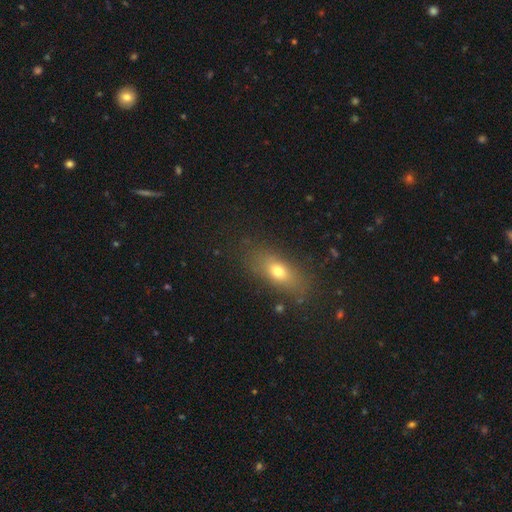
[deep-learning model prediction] A smooth galaxy with no disk features (61%) that is in between round and cigar-shaped (71%). Merging: none (82%).